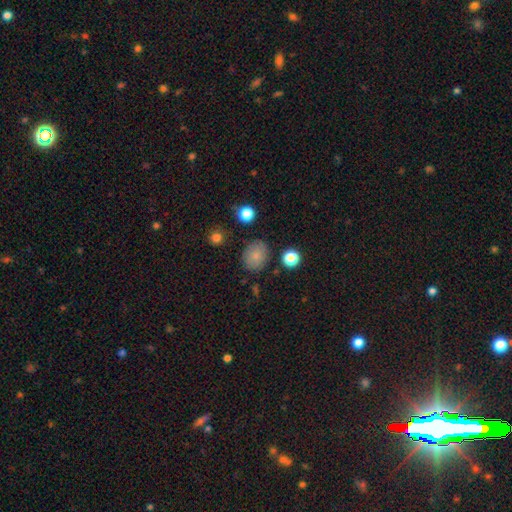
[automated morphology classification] Overall: smooth (81%). How rounded: round (51%; in between 48%). Merging: none (81%).